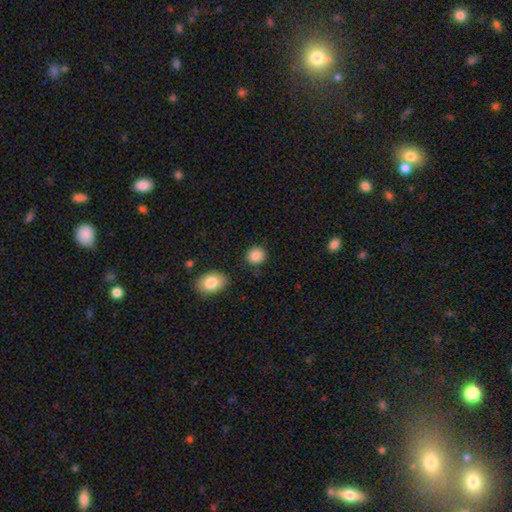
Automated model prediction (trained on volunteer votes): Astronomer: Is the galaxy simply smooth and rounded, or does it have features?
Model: smooth — 88%.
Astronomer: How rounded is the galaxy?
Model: round — 81%.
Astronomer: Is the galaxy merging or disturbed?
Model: none — 86%.